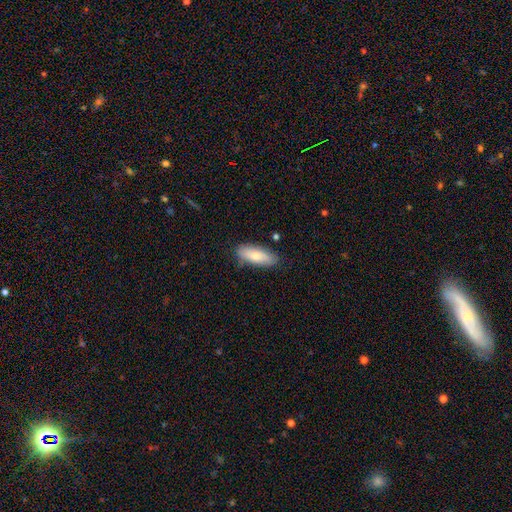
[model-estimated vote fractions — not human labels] Smooth or featured? Predicted: smooth (p=0.80). How rounded? Predicted: in between (p=0.69). Merging? Predicted: none (p=0.81).